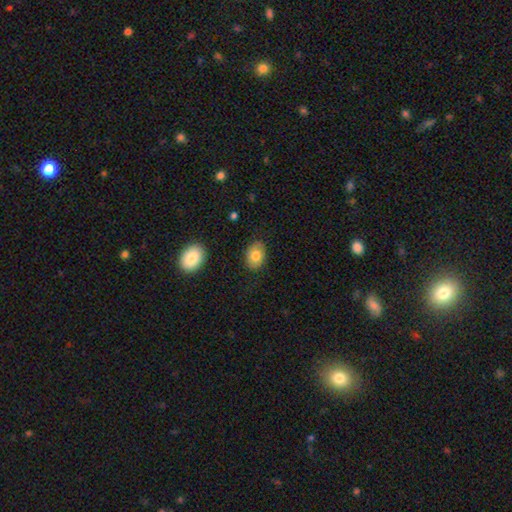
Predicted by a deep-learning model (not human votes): This is likely a smooth galaxy (79%). How rounded: likely in between (77%). Merging: clearly none (84%).